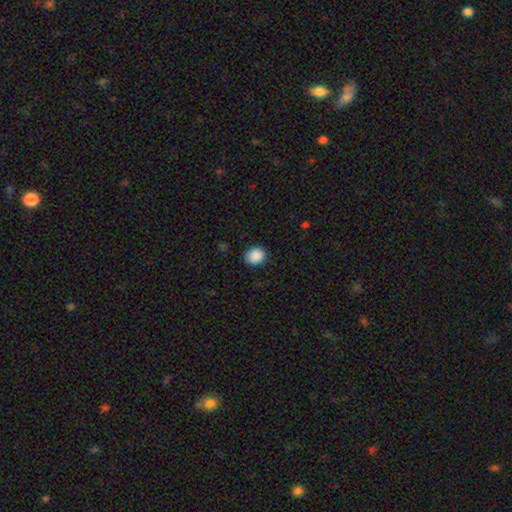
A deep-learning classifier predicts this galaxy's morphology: Smooth or featured? Predicted: smooth (p=0.89). How rounded? Predicted: round (p=0.68). Merging? Predicted: none (p=0.87).